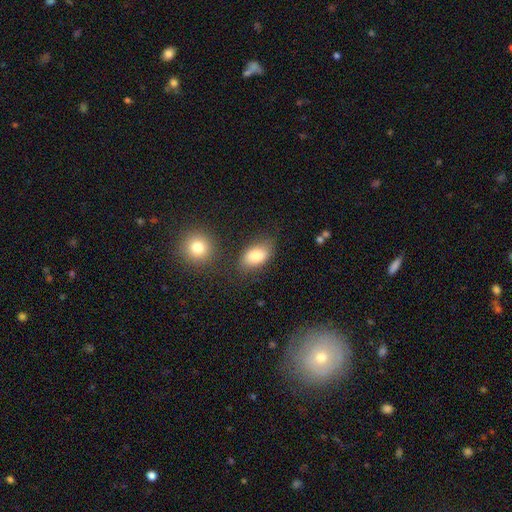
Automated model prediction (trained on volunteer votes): Morphology: type=smooth (83%); roundness=in between (88%); merging=none (72%).